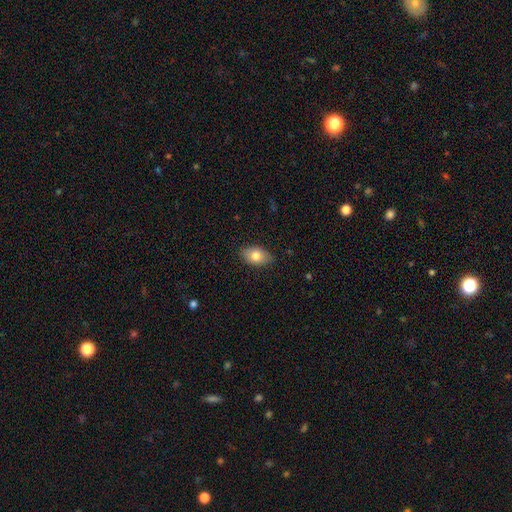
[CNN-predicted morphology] The model was most divided on "smooth or featured": smooth: 79%, featured or disk: 14%, star or artifact: 7%. More confident: how rounded — in between (89%); merging — none (84%).